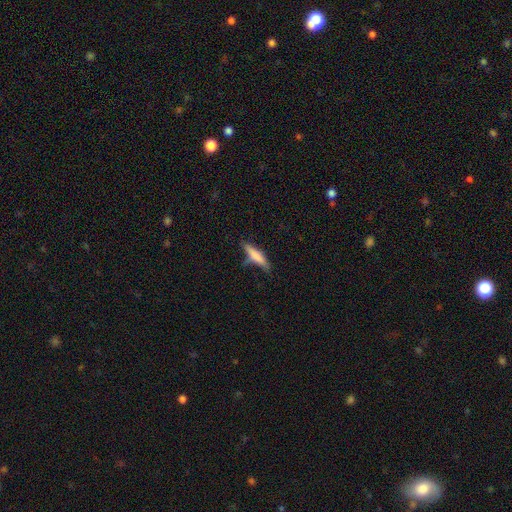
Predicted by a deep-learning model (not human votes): A smooth galaxy with no disk features (69%) that is cigar-shaped (83%).

Vote fractions:
- Smooth or featured? smooth: 69% / featured or disk: 25% / star or artifact: 7%
- How rounded? cigar-shaped: 83% / in between: 15% / round: 2%
- Merging? none: 61% / minor disturbance: 24% / major disturbance: 9% / merger: 7%